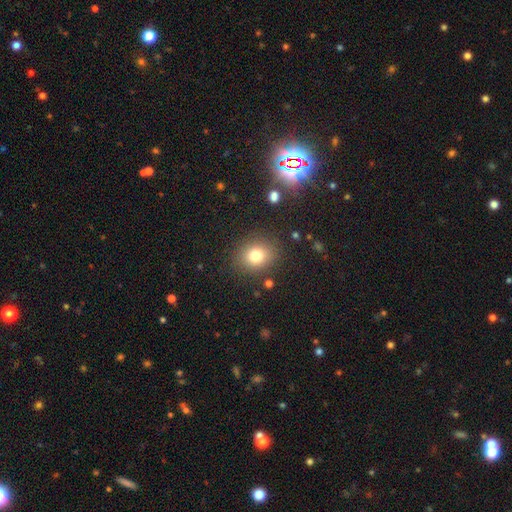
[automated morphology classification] A smooth galaxy with no disk features (78%) that is round (65%). Merging: none (85%).